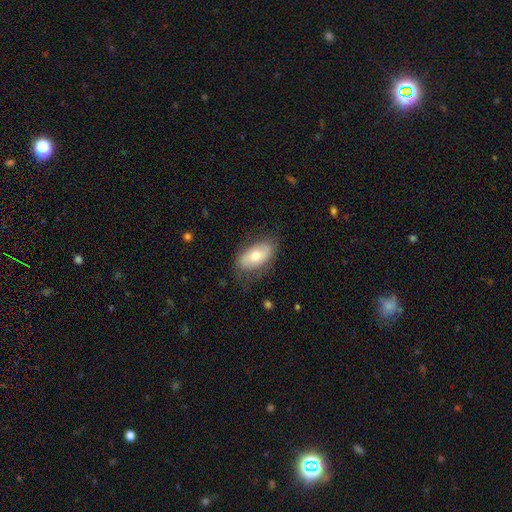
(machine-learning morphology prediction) Overall: smooth (64%; featured or disk 29%). How rounded: in between (92%). Merging: none (72%).